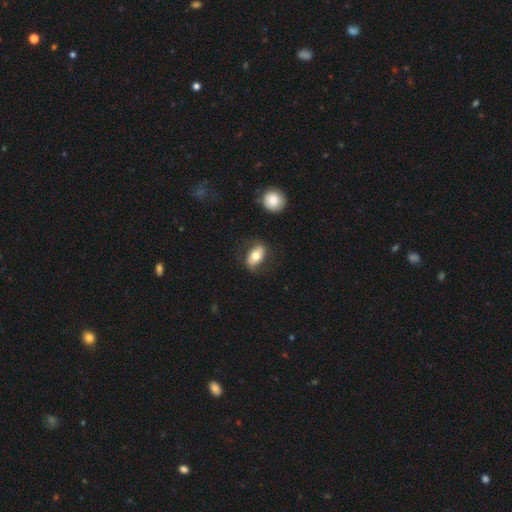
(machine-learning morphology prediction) smooth 67%, featured or disk 27%, star or artifact 6%. Down the decision tree: how rounded — in between (87%); merging — none (74%).